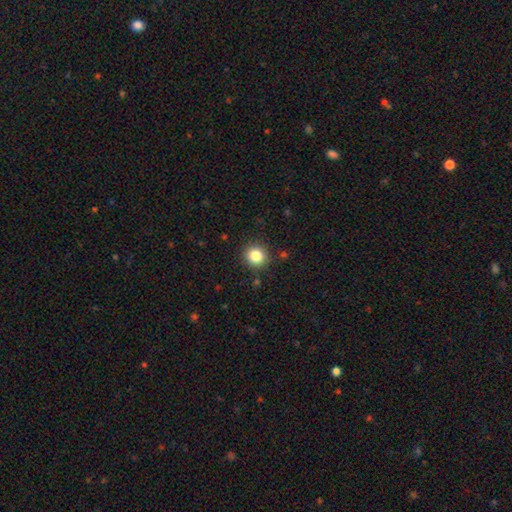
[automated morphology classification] This is clearly a smooth galaxy (83%). How rounded: clearly round (92%). Merging: clearly none (89%).